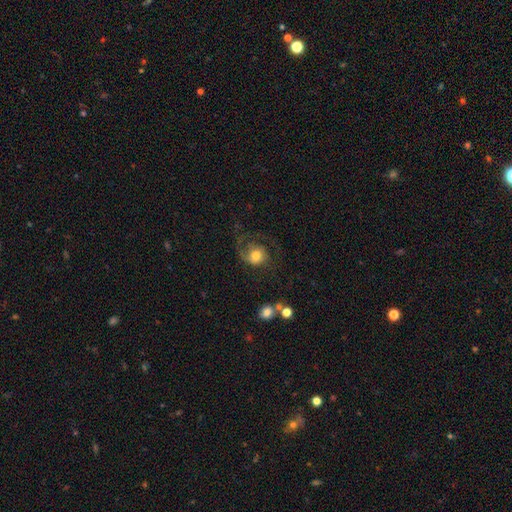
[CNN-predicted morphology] Smooth or featured: featured or disk — 46% (smooth — 45%)
Merging: major disturbance — 40% (none — 38%)